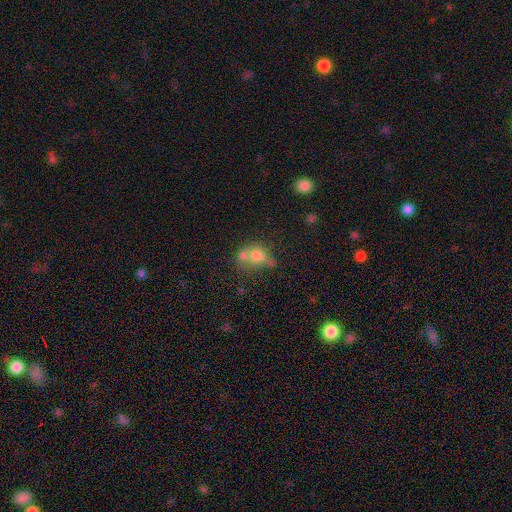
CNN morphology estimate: Smooth or featured: smooth — 71% (featured or disk — 17%)
How rounded: round — 65% (in between — 34%)
Merging: merger — 51% (none — 30%)